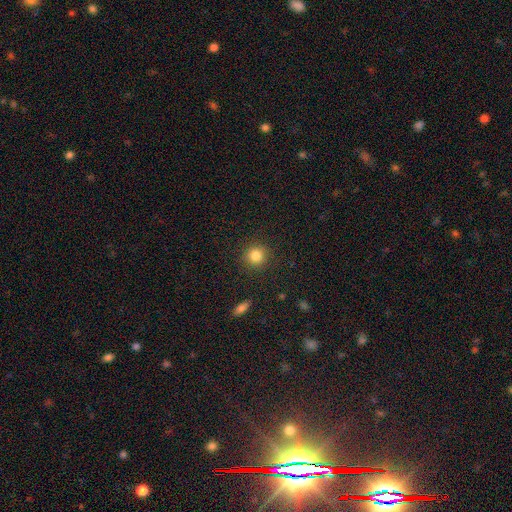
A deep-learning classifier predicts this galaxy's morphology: A smooth galaxy with no disk features (83%) that is round (92%). Merging: none (90%).